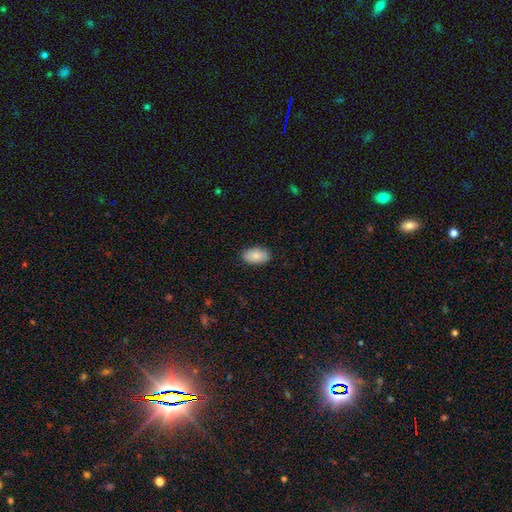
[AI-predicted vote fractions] Smooth or featured? smooth (87%)
How rounded? in between (94%)
Merging? none (88%)